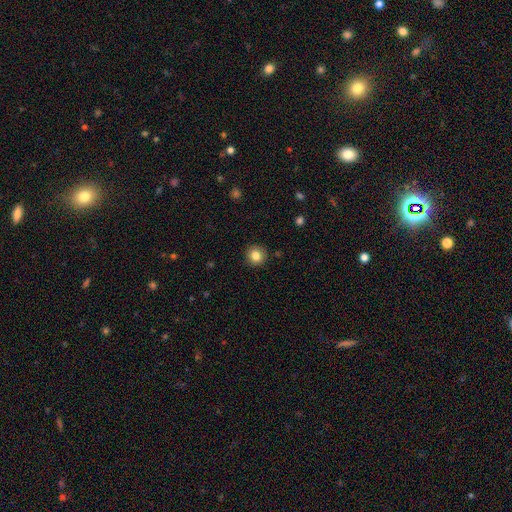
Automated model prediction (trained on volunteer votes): Overall: smooth (83%). How rounded: round (93%). Merging: none (91%).